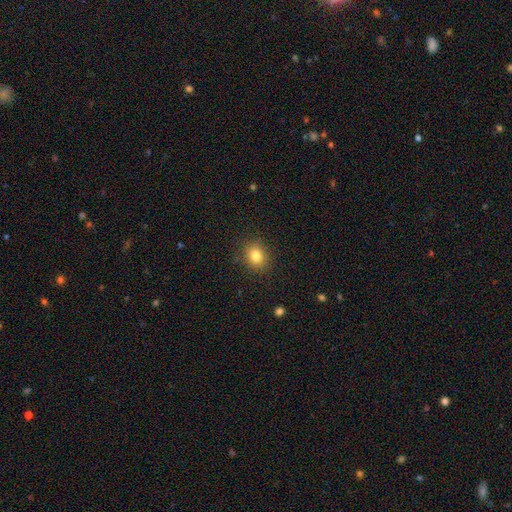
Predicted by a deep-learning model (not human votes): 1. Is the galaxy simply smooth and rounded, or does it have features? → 82% smooth, 11% star or artifact, 6% featured or disk.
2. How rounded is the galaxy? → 63% round, 36% in between, 1% cigar-shaped.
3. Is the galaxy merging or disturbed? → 88% none, 8% minor disturbance, 3% major disturbance, 1% merger.